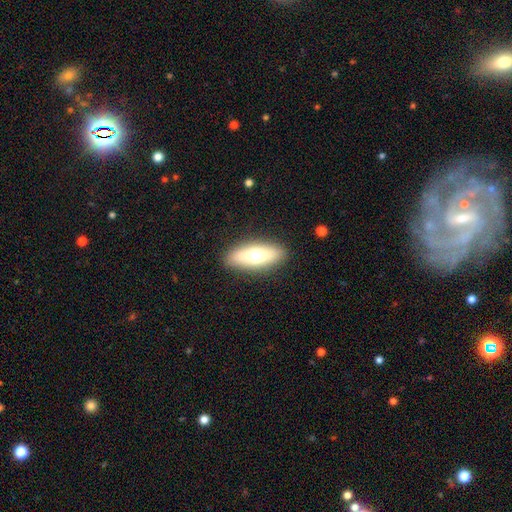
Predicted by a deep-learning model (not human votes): A smooth galaxy with no disk features (63%) that is in between round and cigar-shaped (71%). Merging: none (88%).